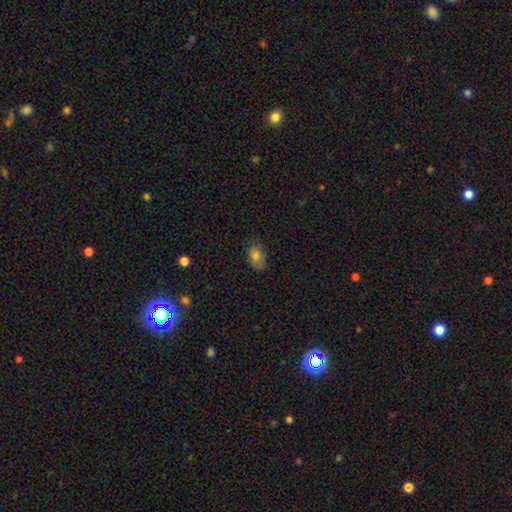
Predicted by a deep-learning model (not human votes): This is likely a smooth galaxy (75%). How rounded: clearly in between (88%). Merging: likely none (68%).